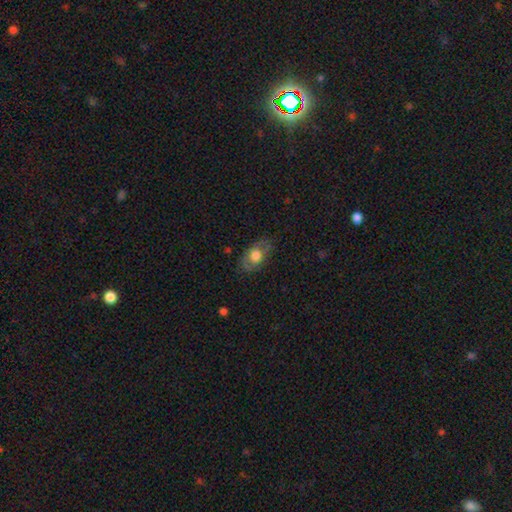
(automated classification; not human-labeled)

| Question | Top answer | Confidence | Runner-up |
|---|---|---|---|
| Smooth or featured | smooth | 61% | featured or disk (32%) |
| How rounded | in between | 86% | round (11%) |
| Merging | none | 72% | minor disturbance (19%) |